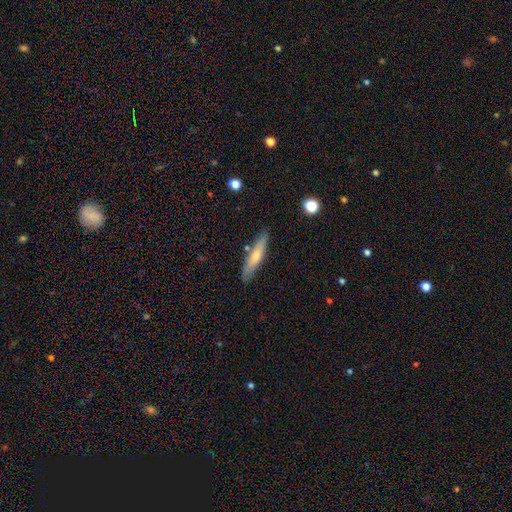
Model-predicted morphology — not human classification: smooth 60%, featured or disk 34%, star or artifact 6%. Down the decision tree: how rounded — cigar-shaped (85%); merging — none (82%).